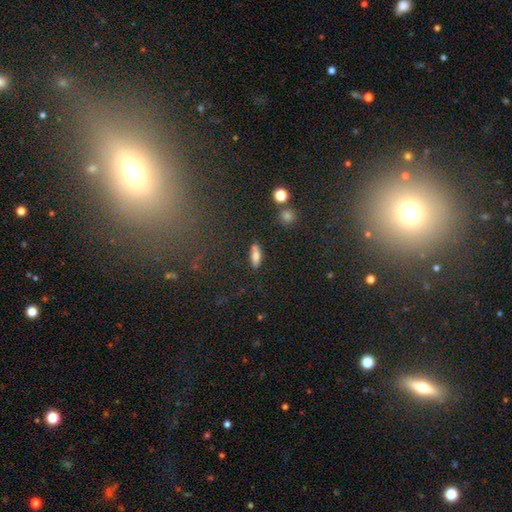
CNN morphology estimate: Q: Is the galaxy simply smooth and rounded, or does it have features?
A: smooth — 77%.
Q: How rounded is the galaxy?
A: in between — 62%.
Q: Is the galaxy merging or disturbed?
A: none — 80%.